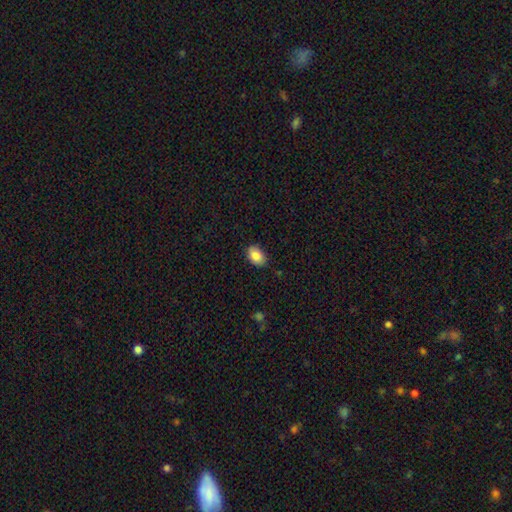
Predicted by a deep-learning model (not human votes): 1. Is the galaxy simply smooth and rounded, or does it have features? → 86% smooth, 8% star or artifact, 6% featured or disk.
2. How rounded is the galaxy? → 84% in between, 15% round, 1% cigar-shaped.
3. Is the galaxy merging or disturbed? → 85% none, 12% minor disturbance, 2% major disturbance, 1% merger.